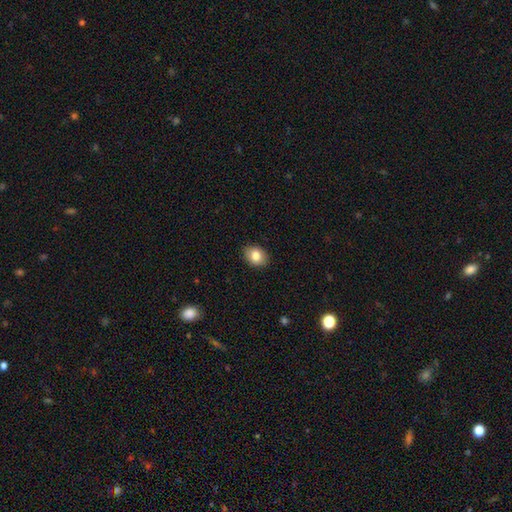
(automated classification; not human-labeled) Q: Smooth or featured?
A: smooth (83%); runner-up: star or artifact (8%)
Q: How rounded?
A: in between (64%); runner-up: round (35%)
Q: Merging?
A: none (89%); runner-up: minor disturbance (8%)